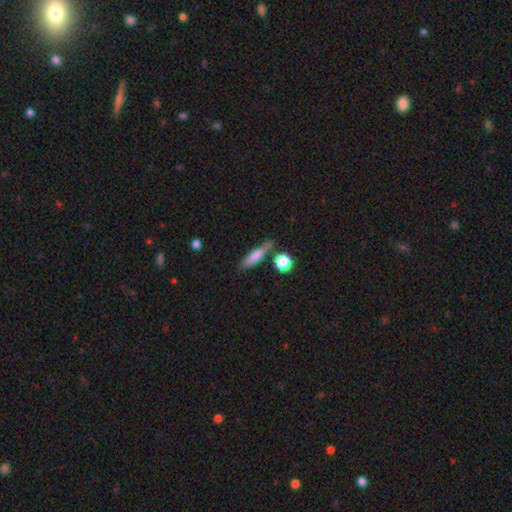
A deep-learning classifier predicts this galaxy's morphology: This is likely a smooth galaxy (71%). How rounded: likely cigar-shaped (74%). Merging: likely none (70%).